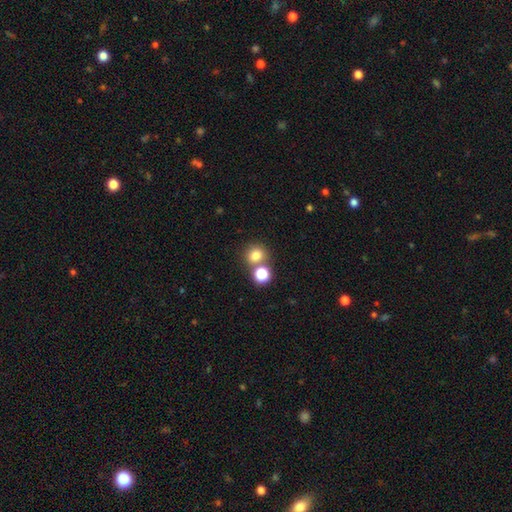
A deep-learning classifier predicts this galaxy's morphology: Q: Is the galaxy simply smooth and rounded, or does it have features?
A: smooth — 77%.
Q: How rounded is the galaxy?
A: round — 86%.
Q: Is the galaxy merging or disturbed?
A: none — 63%.